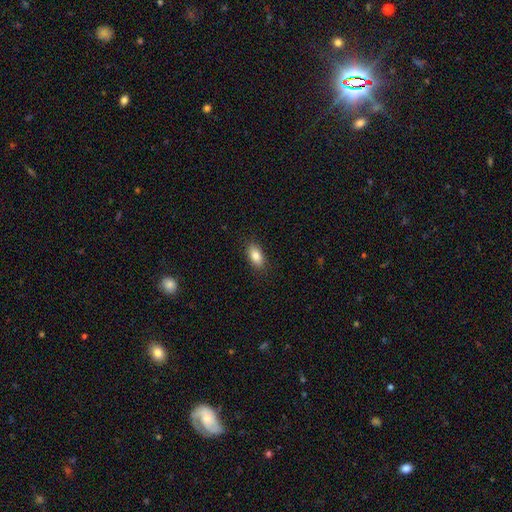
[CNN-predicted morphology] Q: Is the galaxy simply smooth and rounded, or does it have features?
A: smooth — 84%.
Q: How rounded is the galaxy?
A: in between — 90%.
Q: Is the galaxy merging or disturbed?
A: none — 88%.